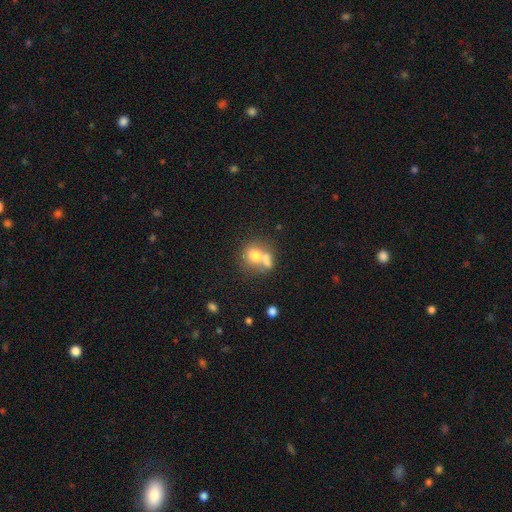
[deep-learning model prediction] Smooth or featured? smooth (70%)
How rounded? round (76%)
Merging? merger (47%)